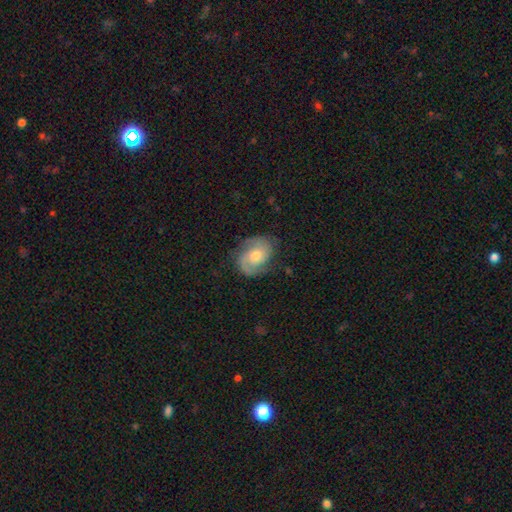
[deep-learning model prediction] Smooth or featured? featured or disk (80%)
Edge-on disk? no (97%)
Bar? no (67%)
Spiral arms? yes (96%)
Spiral winding? medium (44%)
Spiral arm count? 2 (84%)
Bulge size? moderate (65%)
Merging? none (77%)